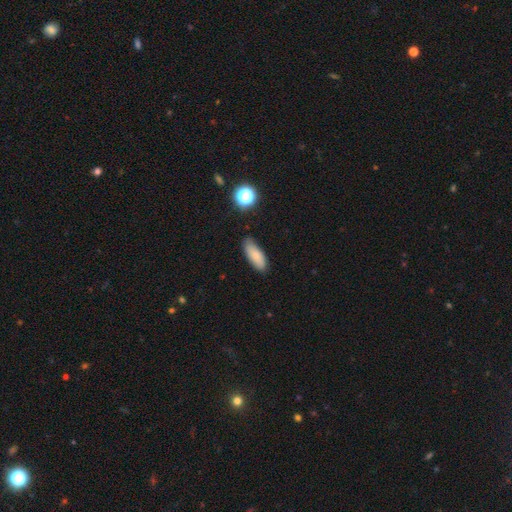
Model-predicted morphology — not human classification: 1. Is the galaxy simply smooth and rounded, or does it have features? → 78% smooth, 13% featured or disk, 8% star or artifact.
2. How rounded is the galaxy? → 72% in between, 25% cigar-shaped, 3% round.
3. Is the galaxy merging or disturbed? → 79% none, 16% minor disturbance, 3% major disturbance, 2% merger.